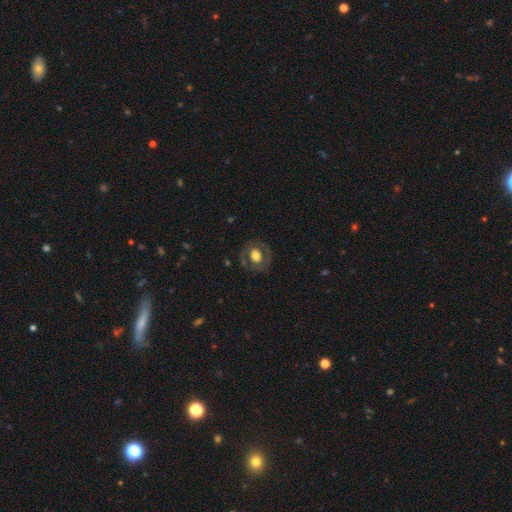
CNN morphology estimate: Smooth or featured: featured or disk — 48% (smooth — 45%)
Merging: none — 79% (minor disturbance — 13%)